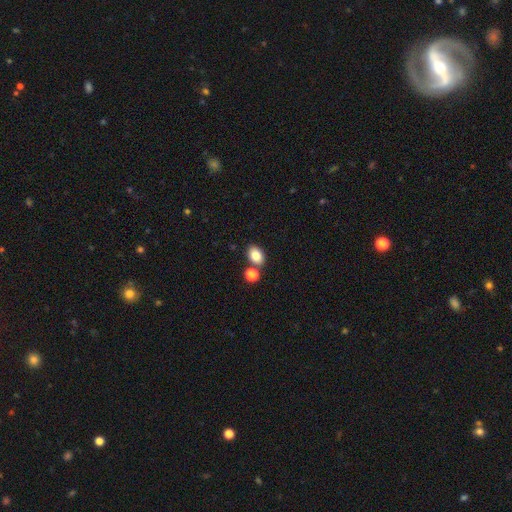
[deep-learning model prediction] Q: Smooth or featured?
A: smooth (83%); runner-up: star or artifact (10%)
Q: How rounded?
A: in between (78%); runner-up: round (21%)
Q: Merging?
A: none (74%); runner-up: merger (15%)